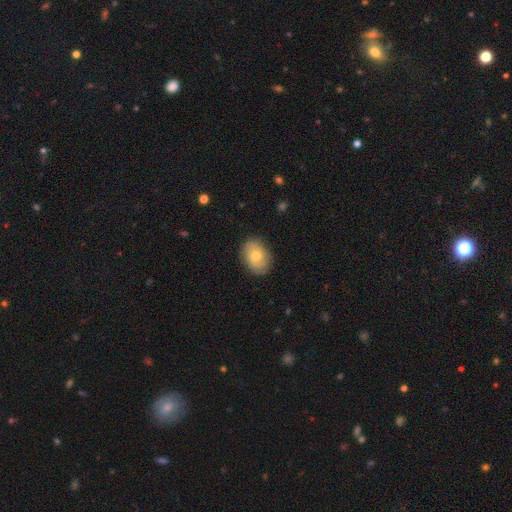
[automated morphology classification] This appears to be a smooth galaxy with no disk features (61%) that is in between round and cigar-shaped (73%). Merging: none (84%).